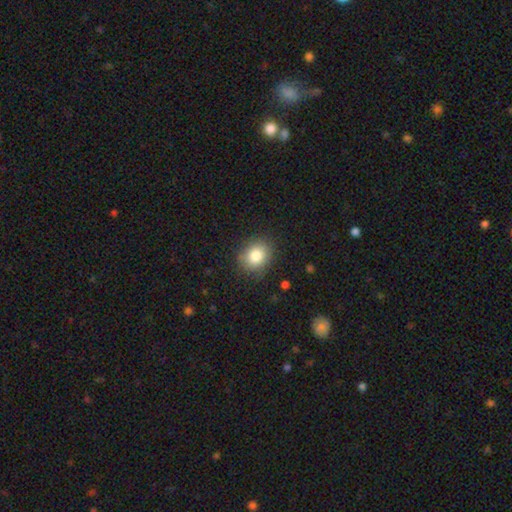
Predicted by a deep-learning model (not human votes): Smooth or featured: smooth — 83% (star or artifact — 9%)
How rounded: round — 55% (in between — 44%)
Merging: none — 84% (minor disturbance — 12%)